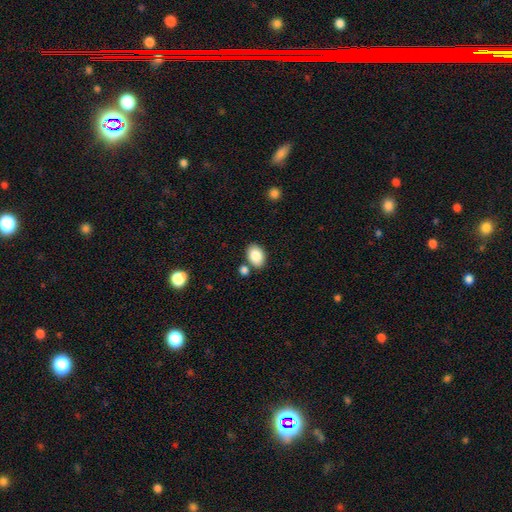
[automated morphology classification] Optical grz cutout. It shows a smooth galaxy with no disk features (87%) that is in between round and cigar-shaped (83%). Merging: none (75%).